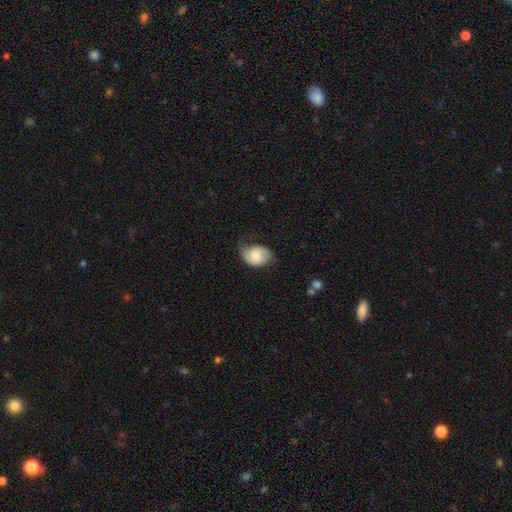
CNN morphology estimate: This appears to be a smooth galaxy with no disk features (52%) that is in between round and cigar-shaped (69%). Merging: none (49%).